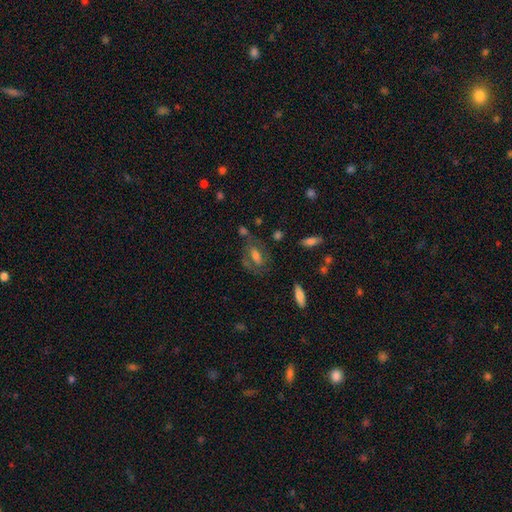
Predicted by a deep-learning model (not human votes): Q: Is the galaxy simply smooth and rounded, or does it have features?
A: smooth — 44%.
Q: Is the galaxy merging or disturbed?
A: none — 59%.